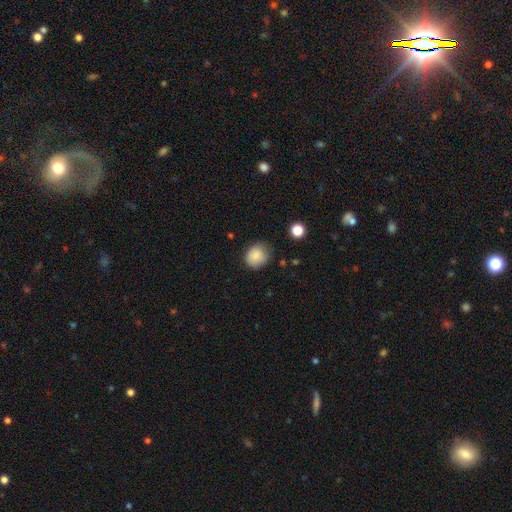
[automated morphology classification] Smooth or featured: smooth — 85% (star or artifact — 9%)
How rounded: round — 76% (in between — 24%)
Merging: none — 72% (minor disturbance — 22%)